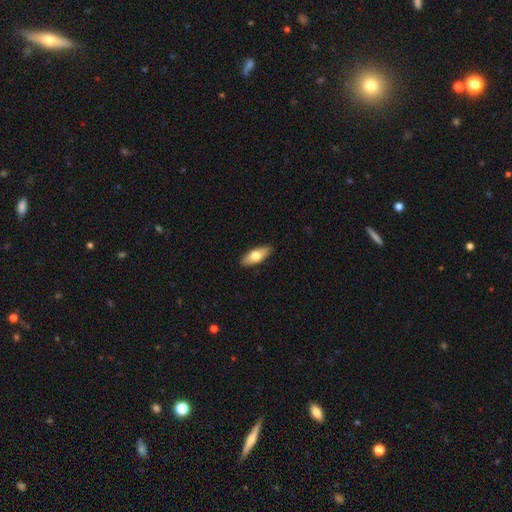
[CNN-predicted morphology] Smooth or featured: smooth — 68% (featured or disk — 27%)
How rounded: in between — 74% (cigar-shaped — 23%)
Merging: none — 89% (minor disturbance — 8%)